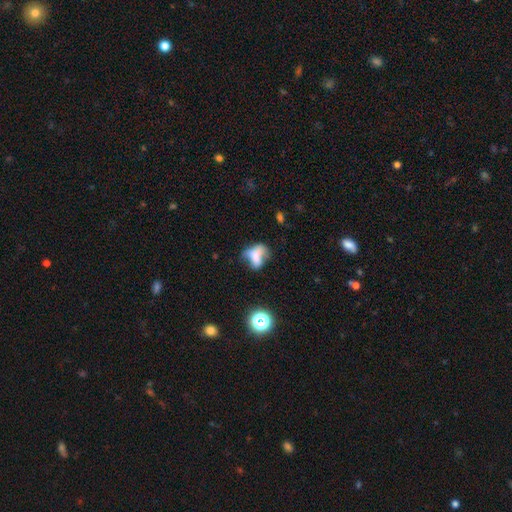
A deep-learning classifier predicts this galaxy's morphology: Smooth or featured: smooth — 54% (featured or disk — 32%)
How rounded: in between — 72% (round — 21%)
Merging: major disturbance — 30% (none — 27%)